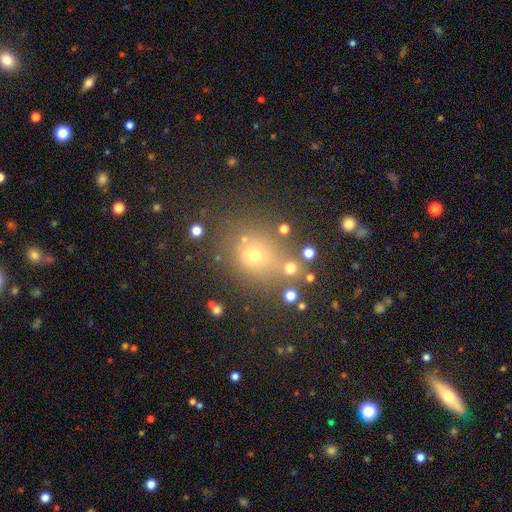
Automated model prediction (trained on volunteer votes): smooth-or-featured: smooth: 62% | star or artifact: 27% | featured or disk: 11%
  how-rounded: round: 69% | in between: 29% | cigar-shaped: 2%
  merging: none: 72% | minor disturbance: 13% | merger: 9% | major disturbance: 6%